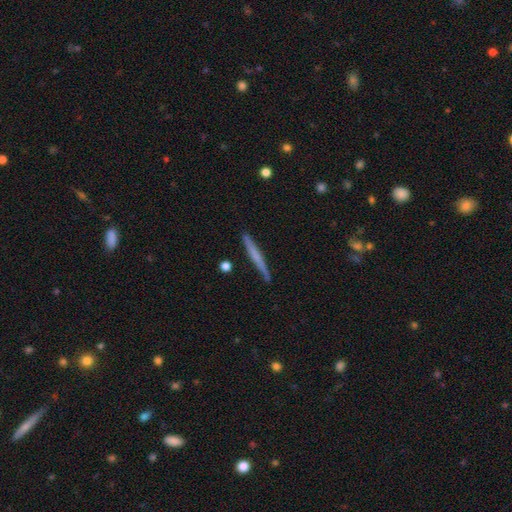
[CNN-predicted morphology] Overall: featured or disk (49%; smooth 45%). Merging: none (88%).